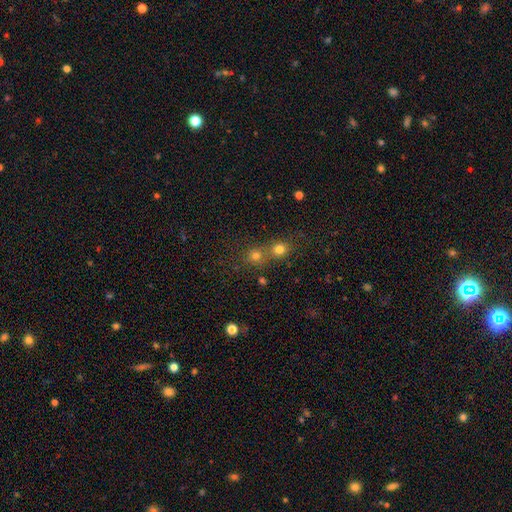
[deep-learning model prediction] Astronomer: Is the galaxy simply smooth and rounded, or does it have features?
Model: smooth — 74%.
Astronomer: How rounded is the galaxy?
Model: round — 88%.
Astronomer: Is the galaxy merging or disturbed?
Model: none — 50% (runner-up: merger, 41%).